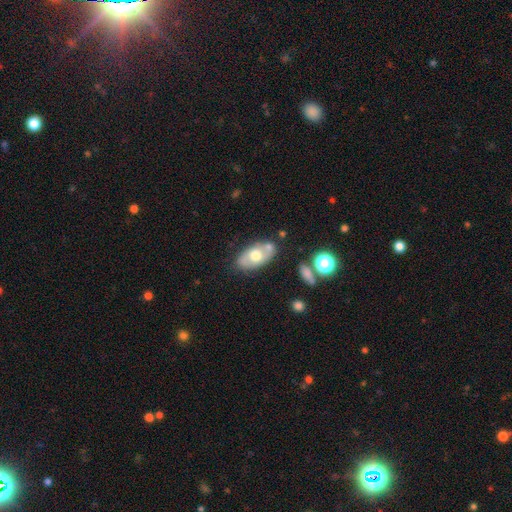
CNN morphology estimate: The model was most divided on "smooth or featured": smooth: 51%, featured or disk: 42%, star or artifact: 7%. More confident: how rounded — in between (91%); merging — none (68%).